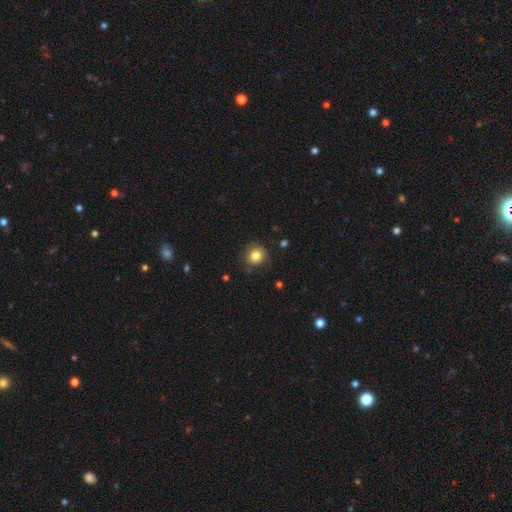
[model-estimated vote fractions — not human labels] smooth-or-featured: smooth: 82% | star or artifact: 11% | featured or disk: 7%
  how-rounded: round: 90% | in between: 9% | cigar-shaped: 1%
  merging: none: 84% | minor disturbance: 12% | major disturbance: 3% | merger: 1%